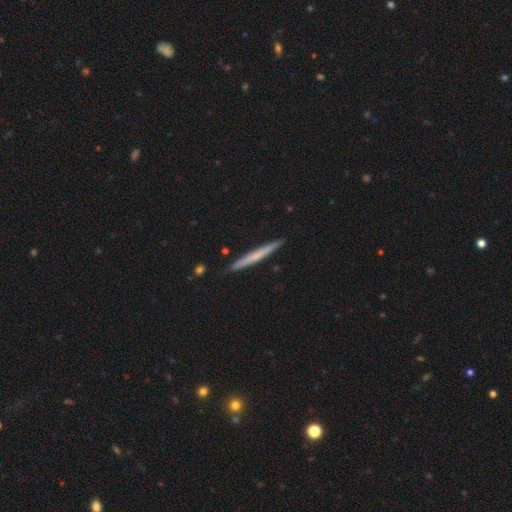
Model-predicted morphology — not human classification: Smooth or featured? smooth (54%)
How rounded? cigar-shaped (97%)
Merging? none (90%)